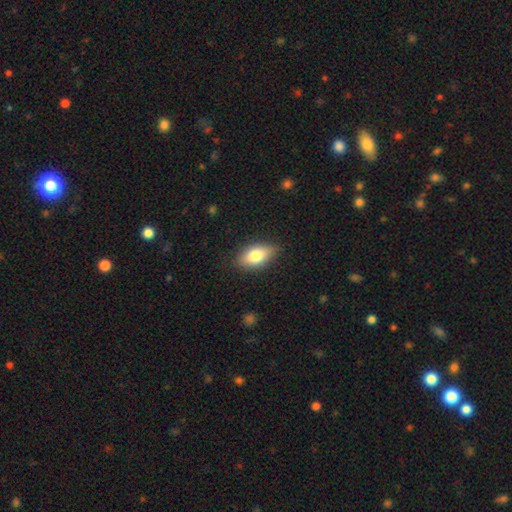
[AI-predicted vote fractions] smooth_or_featured: smooth (p=0.77) [alt: featured or disk p=0.16]
how_rounded: in between (p=0.88) [alt: round p=0.06]
merging: none (p=0.83) [alt: minor disturbance p=0.13]